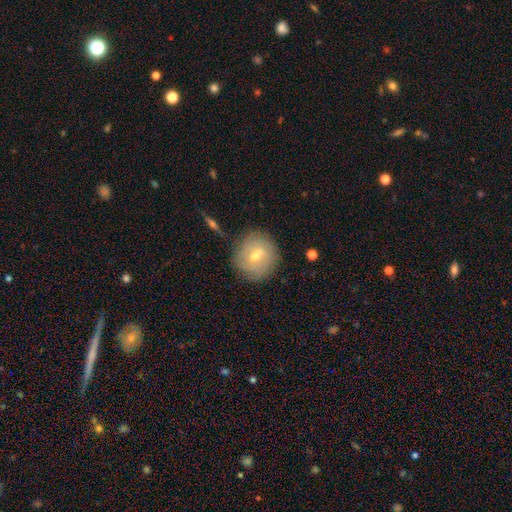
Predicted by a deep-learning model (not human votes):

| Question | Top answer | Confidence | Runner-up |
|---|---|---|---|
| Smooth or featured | featured or disk | 47% | smooth (44%) |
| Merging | none | 78% | minor disturbance (14%) |